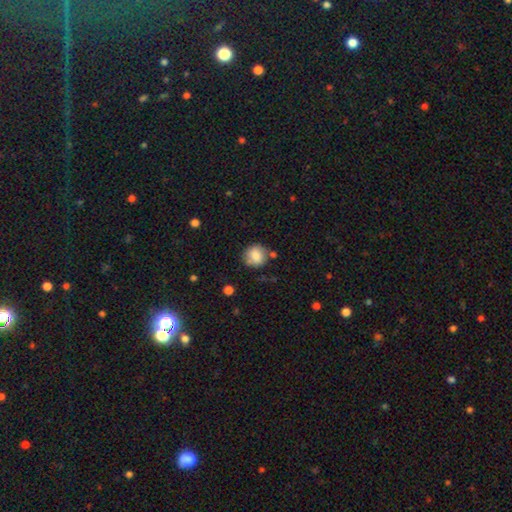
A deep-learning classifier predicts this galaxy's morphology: Smooth or featured? smooth (80%)
How rounded? round (84%)
Merging? none (70%)